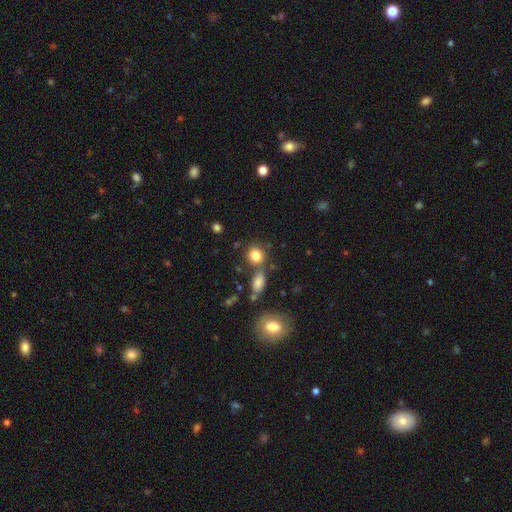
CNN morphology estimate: A smooth galaxy with no disk features (82%) that is round (77%).

Vote fractions:
- Smooth or featured? smooth: 82% / star or artifact: 11% / featured or disk: 7%
- How rounded? round: 77% / in between: 21% / cigar-shaped: 2%
- Merging? none: 63% / merger: 22% / minor disturbance: 11% / major disturbance: 4%